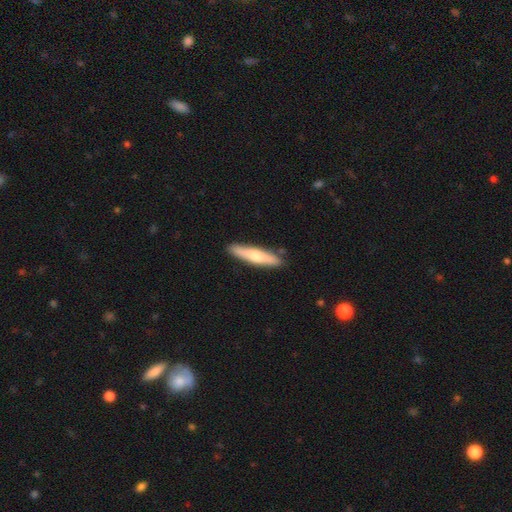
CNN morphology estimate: smooth-or-featured: smooth: 63% | featured or disk: 32% | star or artifact: 5%
  how-rounded: cigar-shaped: 88% | in between: 11% | round: 1%
  merging: none: 87% | minor disturbance: 10% | merger: 2% | major disturbance: 2%